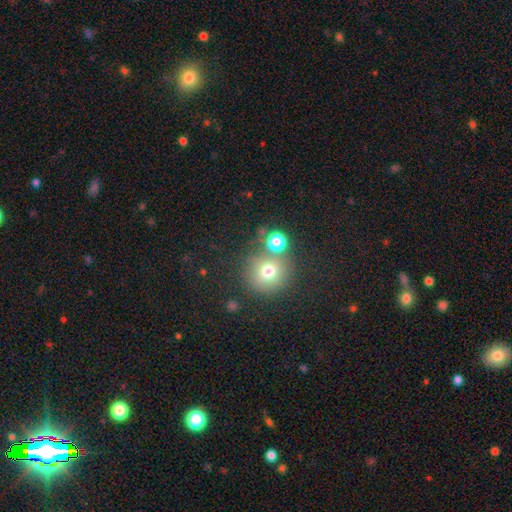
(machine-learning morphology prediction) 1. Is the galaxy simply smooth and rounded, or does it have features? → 57% smooth, 34% star or artifact, 9% featured or disk.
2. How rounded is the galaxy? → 90% round, 9% in between, 1% cigar-shaped.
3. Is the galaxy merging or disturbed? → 70% none, 18% merger, 8% minor disturbance, 4% major disturbance.